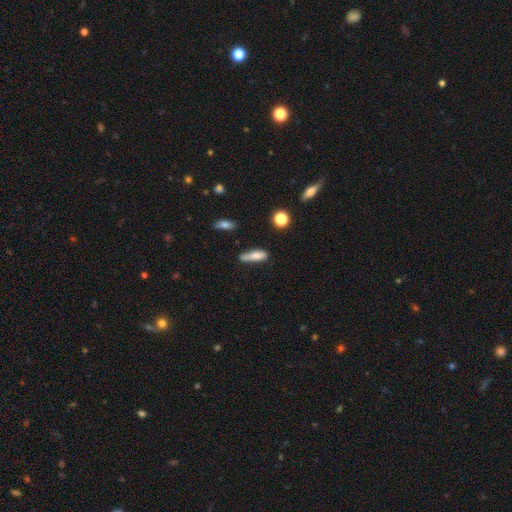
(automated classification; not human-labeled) This appears to be a smooth galaxy with no disk features (76%) that is cigar-shaped (59%). Merging: none (53%).